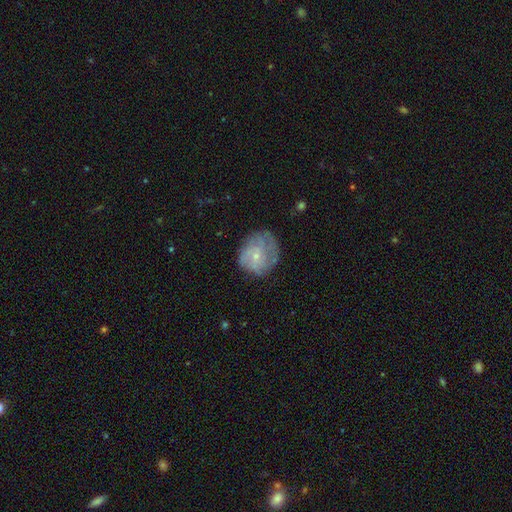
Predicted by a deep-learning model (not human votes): The model was most divided on "smooth or featured": featured or disk: 53%, smooth: 38%, star or artifact: 9%. More confident: edge-on disk — no (97%); bulge size — small (74%); bar — no (73%); spiral arms — yes (69%); merging — none (59%).